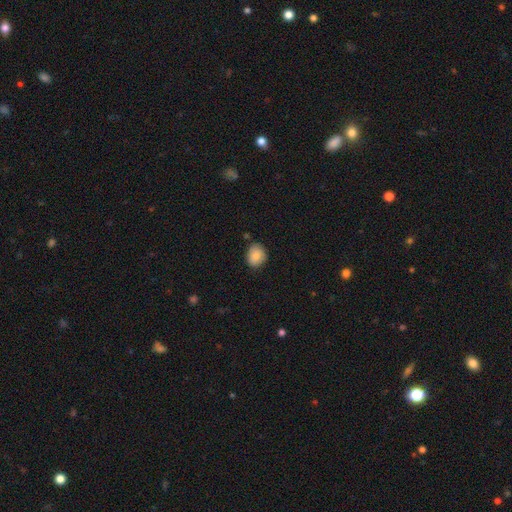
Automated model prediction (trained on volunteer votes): A smooth galaxy with no disk features (84%) that is round (55%). Merging: none (78%).